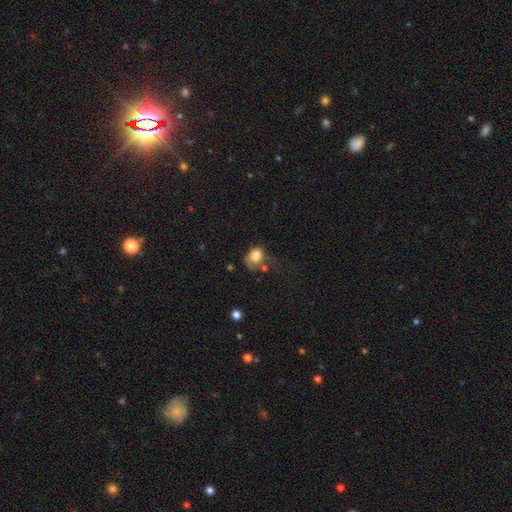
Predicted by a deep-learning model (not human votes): smooth 76%, featured or disk 14%, star or artifact 10%. Down the decision tree: how rounded — in between (57%); merging — major disturbance (33%).